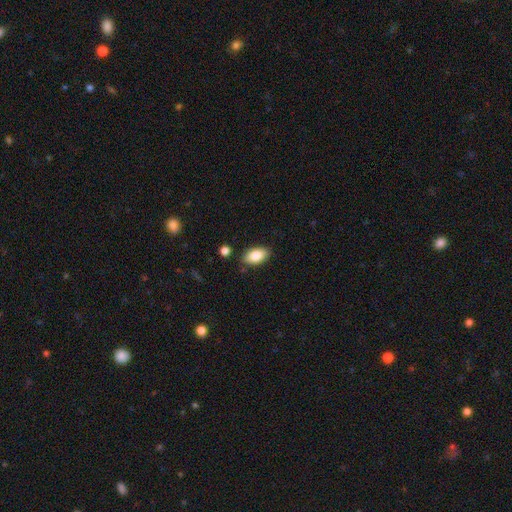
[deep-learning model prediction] Smooth or featured: smooth — 85% (featured or disk — 8%)
How rounded: in between — 93% (round — 4%)
Merging: none — 84% (minor disturbance — 11%)